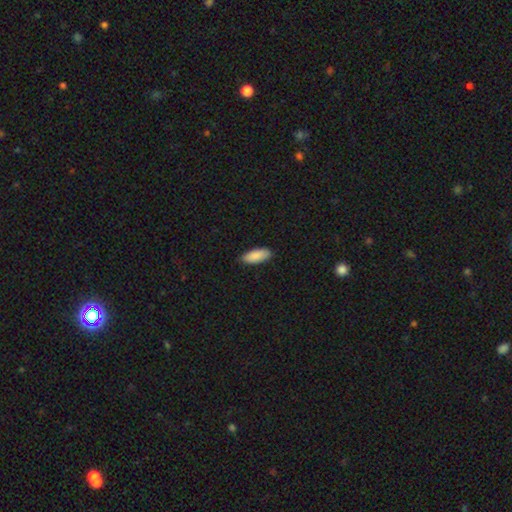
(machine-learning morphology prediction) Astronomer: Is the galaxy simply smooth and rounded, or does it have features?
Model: smooth — 89%.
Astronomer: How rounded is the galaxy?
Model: in between — 83%.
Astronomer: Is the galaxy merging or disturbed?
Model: none — 86%.